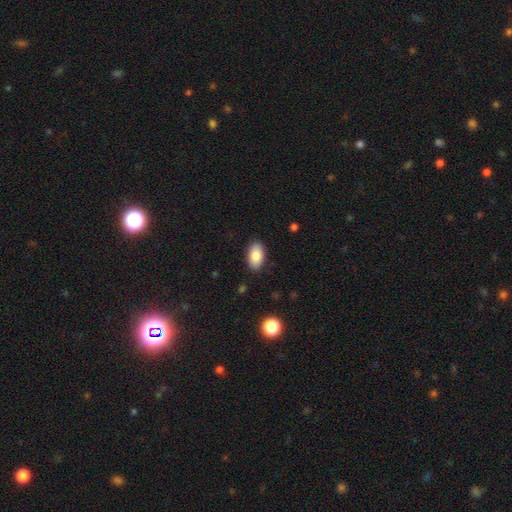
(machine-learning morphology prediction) This appears to be a smooth galaxy with no disk features (85%) that is in between round and cigar-shaped (94%). Merging: none (87%).